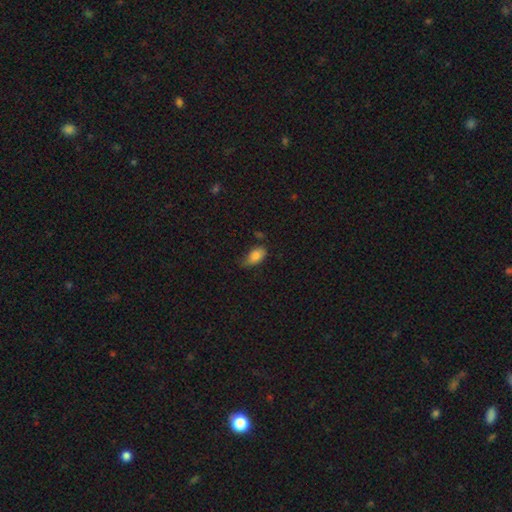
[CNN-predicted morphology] Smooth or featured?
  - smooth: 83% *
  - featured or disk: 9%
  - star or artifact: 8%
How rounded?
  - in between: 90% *
  - round: 6%
  - cigar-shaped: 5%
Merging?
  - none: 51% *
  - minor disturbance: 37%
  - major disturbance: 9%
  - merger: 3%